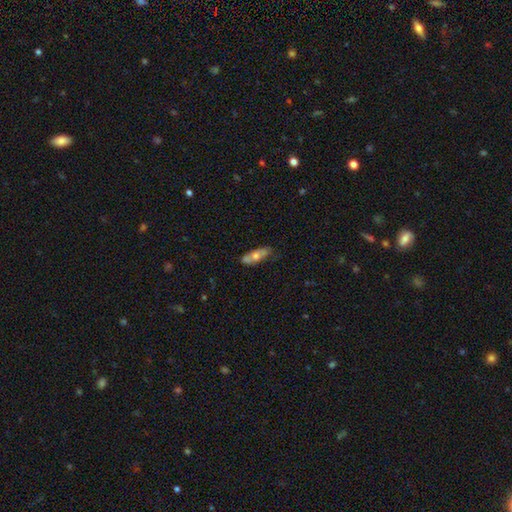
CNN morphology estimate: smooth 48%, featured or disk 45%, star or artifact 7%. Down the decision tree: merging — none (69%).